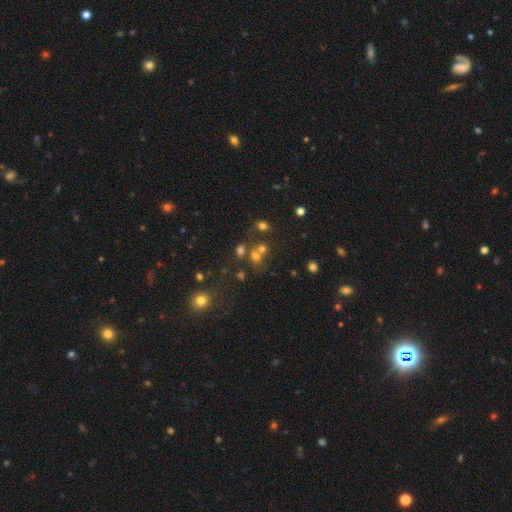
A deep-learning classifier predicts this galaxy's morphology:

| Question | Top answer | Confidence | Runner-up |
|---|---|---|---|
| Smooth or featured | smooth | 61% | star or artifact (26%) |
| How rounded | round | 69% | in between (29%) |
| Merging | none | 45% | merger (40%) |